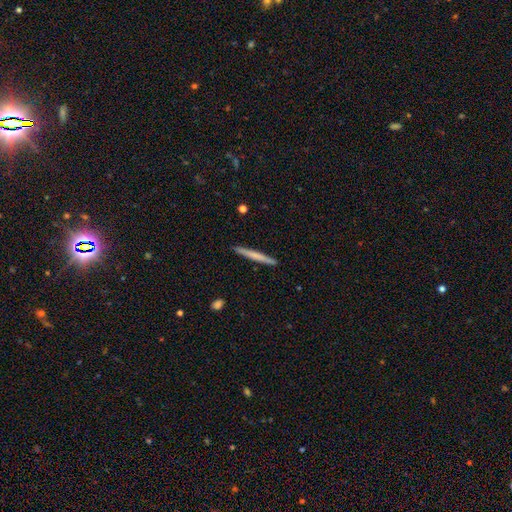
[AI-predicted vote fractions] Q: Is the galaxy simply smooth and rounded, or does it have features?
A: smooth — 59%.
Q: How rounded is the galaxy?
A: cigar-shaped — 97%.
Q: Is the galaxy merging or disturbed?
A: none — 92%.